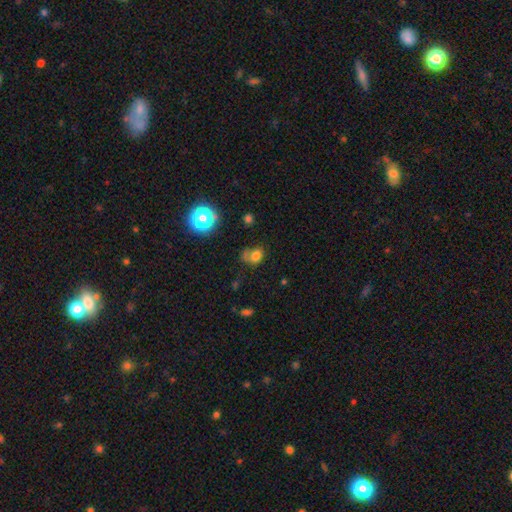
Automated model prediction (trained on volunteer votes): This appears to be a smooth galaxy with no disk features (72%) that is round (49%, tied with in between). Merging: none (42%).